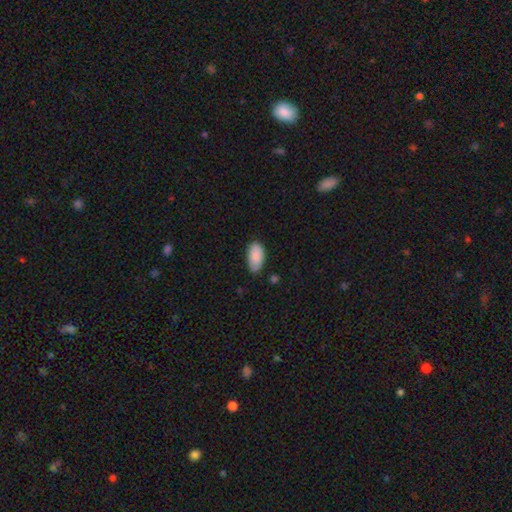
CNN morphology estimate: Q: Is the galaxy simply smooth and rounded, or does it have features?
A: smooth — 88%.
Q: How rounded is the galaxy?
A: in between — 95%.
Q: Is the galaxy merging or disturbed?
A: none — 77%.